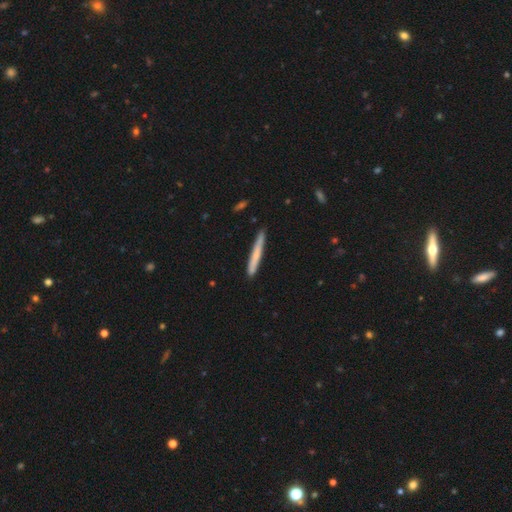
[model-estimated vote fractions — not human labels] smooth 62%, featured or disk 32%, star or artifact 6%. Down the decision tree: how rounded — cigar-shaped (97%); merging — none (87%).